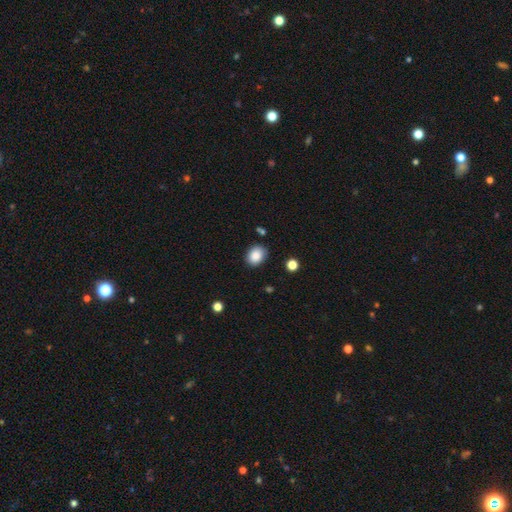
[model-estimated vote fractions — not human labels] Smooth or featured? smooth (87%)
How rounded? in between (52%)
Merging? none (81%)